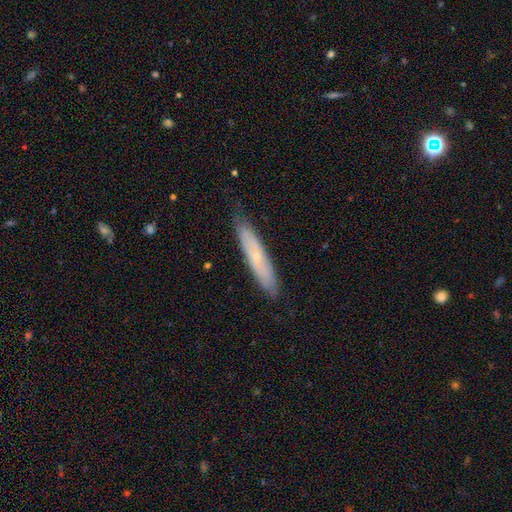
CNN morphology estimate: A featured or disk galaxy (51%) viewed edge-on (59%). Merging: none (79%).